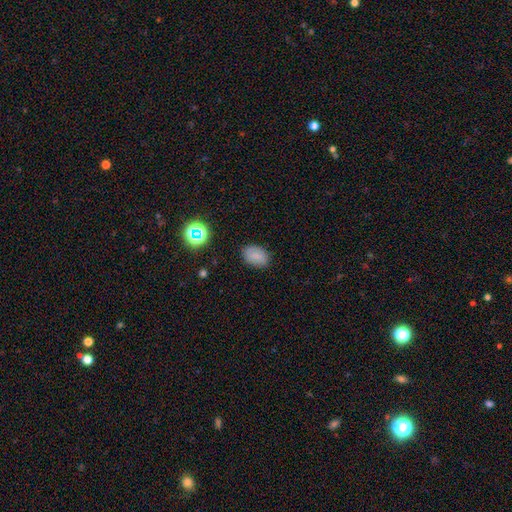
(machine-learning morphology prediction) Q: Smooth or featured?
A: smooth (77%); runner-up: star or artifact (12%)
Q: How rounded?
A: in between (82%); runner-up: round (17%)
Q: Merging?
A: none (84%); runner-up: minor disturbance (11%)